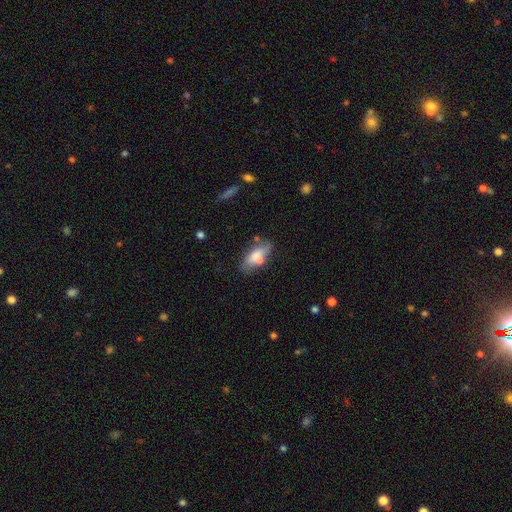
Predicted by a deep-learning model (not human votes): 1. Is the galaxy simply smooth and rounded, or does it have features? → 69% smooth, 23% featured or disk, 8% star or artifact.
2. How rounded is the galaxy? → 82% in between, 14% cigar-shaped, 3% round.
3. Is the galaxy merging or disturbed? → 52% none, 24% minor disturbance, 15% merger, 9% major disturbance.